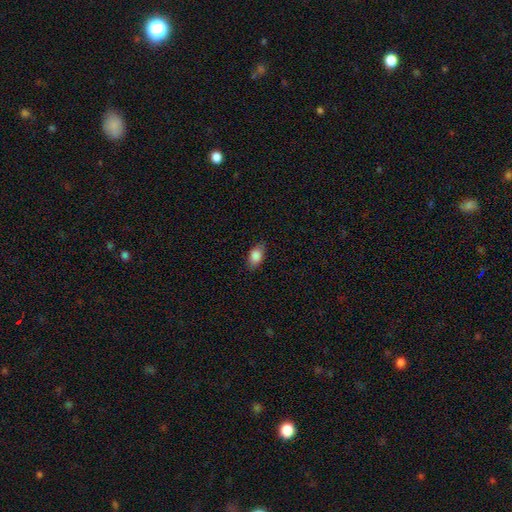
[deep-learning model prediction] smooth-or-featured: smooth: 85% | star or artifact: 8% | featured or disk: 7%
  how-rounded: in between: 87% | round: 9% | cigar-shaped: 4%
  merging: none: 80% | minor disturbance: 16% | major disturbance: 3% | merger: 1%